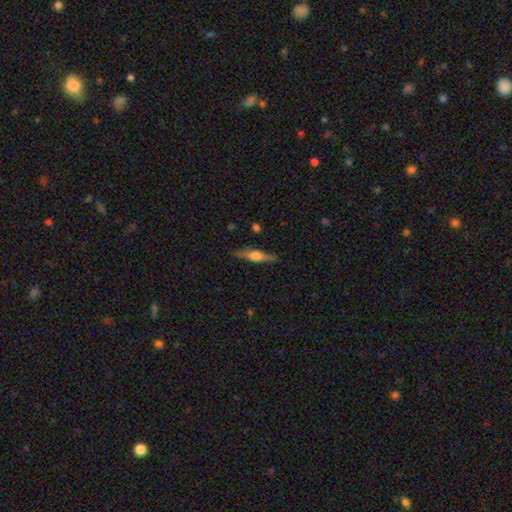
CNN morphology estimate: Smooth or featured?
  - featured or disk: 63% *
  - smooth: 31%
  - star or artifact: 6%
Edge-on disk?
  - yes: 96% *
  - no: 4%
Edge-on bulge?
  - rounded: 88% *
  - boxy: 10%
  - none: 3%
Merging?
  - none: 87% *
  - minor disturbance: 10%
  - major disturbance: 2%
  - merger: 1%